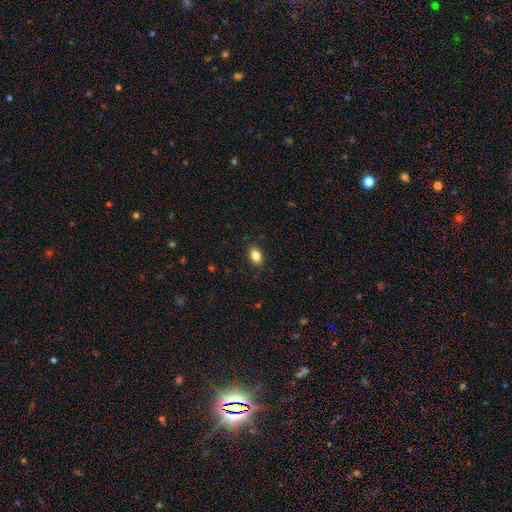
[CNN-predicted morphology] Smooth or featured? smooth (85%)
How rounded? in between (83%)
Merging? none (88%)